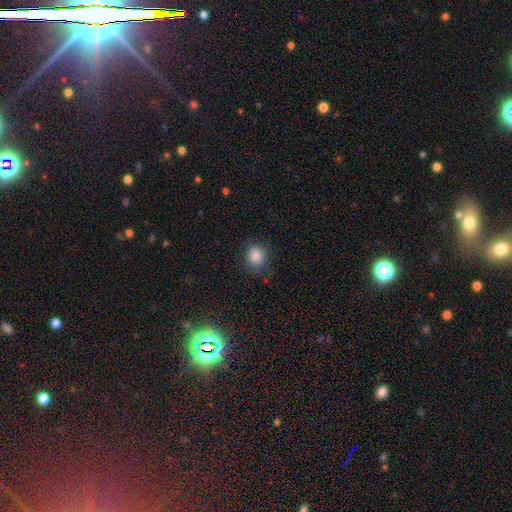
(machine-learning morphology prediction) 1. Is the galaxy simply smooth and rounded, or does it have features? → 85% smooth, 10% star or artifact, 5% featured or disk.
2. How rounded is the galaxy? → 70% round, 29% in between, 1% cigar-shaped.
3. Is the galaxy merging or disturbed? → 76% none, 17% minor disturbance, 5% major disturbance, 1% merger.